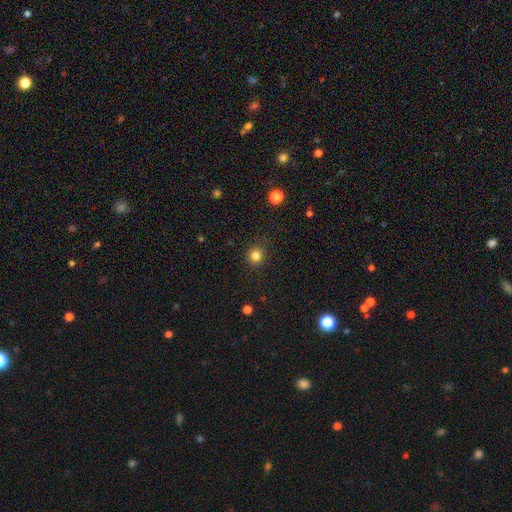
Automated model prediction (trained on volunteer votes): Morphology: type=smooth (82%); roundness=round (91%); merging=none (88%).